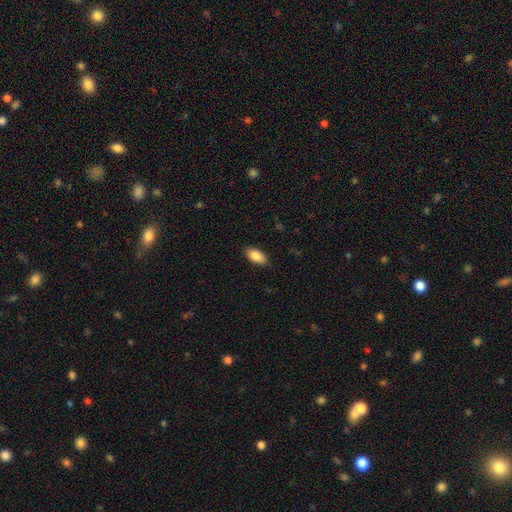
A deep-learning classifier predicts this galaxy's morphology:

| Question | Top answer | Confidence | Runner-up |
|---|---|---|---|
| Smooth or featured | smooth | 86% | featured or disk (7%) |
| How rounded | in between | 93% | cigar-shaped (4%) |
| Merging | none | 88% | minor disturbance (9%) |